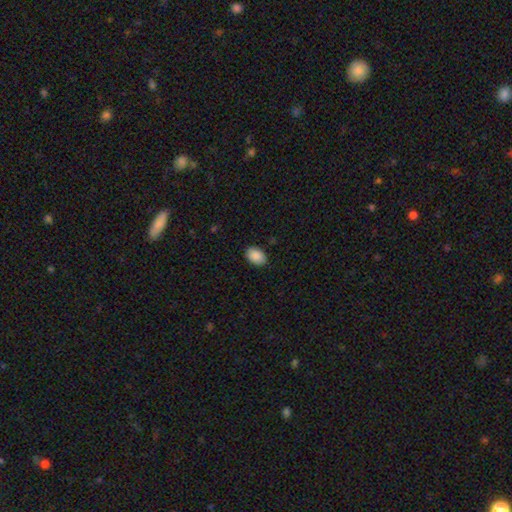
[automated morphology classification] A smooth galaxy with no disk features (90%) that is in between round and cigar-shaped (84%). Merging: none (88%).